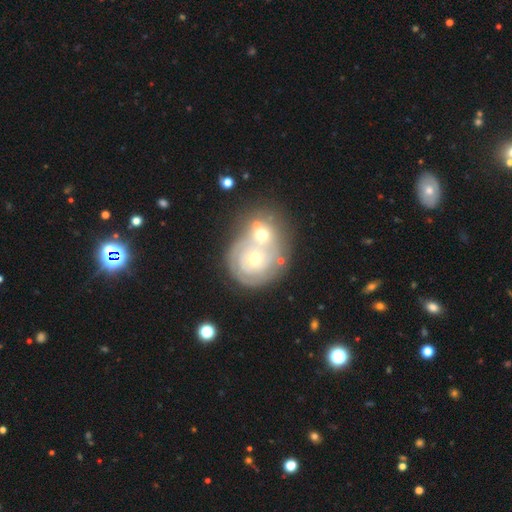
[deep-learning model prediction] Overall: featured or disk (73%). Edge-on disk: no (97%). Bar: no (85%). Spiral arms: yes (75%). Spiral arm count: can't tell (46%; 2 25%). Spiral winding: tight (79%). Bulge size: moderate (59%; small 35%). Merging: merger (57%; none 29%).